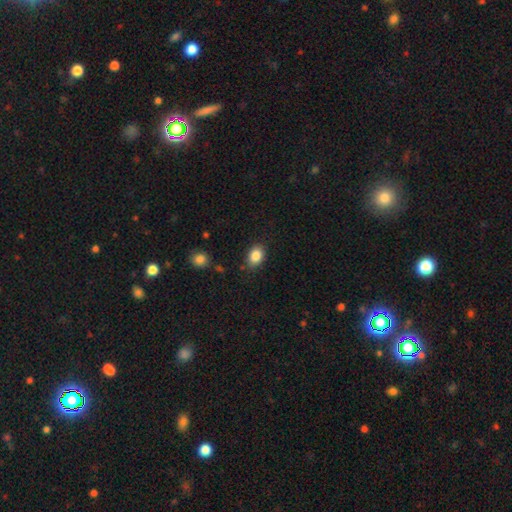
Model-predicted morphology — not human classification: smooth_or_featured: smooth (p=0.86) [alt: star or artifact p=0.08]
how_rounded: in between (p=0.77) [alt: round p=0.22]
merging: none (p=0.83) [alt: minor disturbance p=0.12]